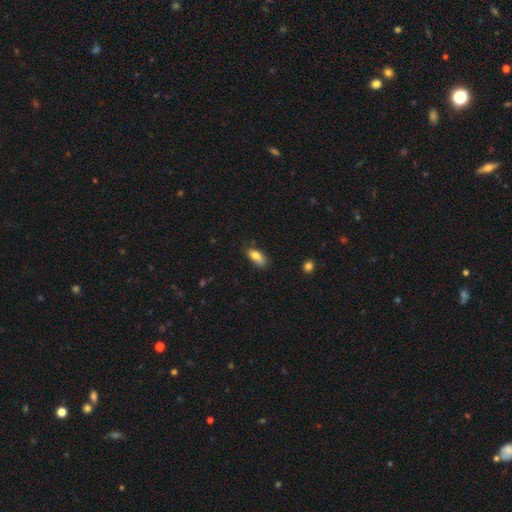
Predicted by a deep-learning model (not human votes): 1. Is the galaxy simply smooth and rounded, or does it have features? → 80% smooth, 13% featured or disk, 8% star or artifact.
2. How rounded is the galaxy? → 83% in between, 13% cigar-shaped, 3% round.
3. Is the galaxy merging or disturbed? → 61% none, 29% minor disturbance, 6% major disturbance, 3% merger.